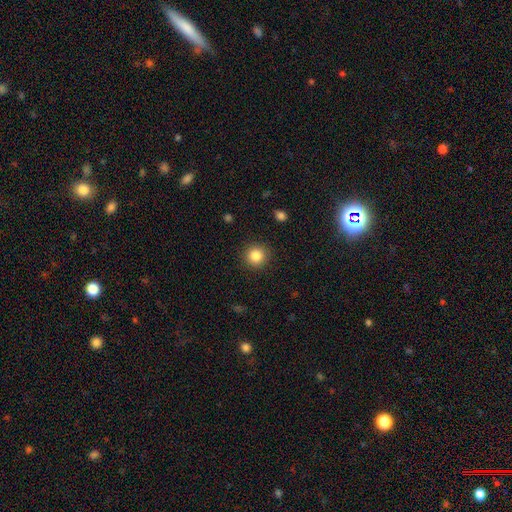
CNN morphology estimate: Smooth or featured: smooth — 85% (star or artifact — 10%)
How rounded: round — 94% (in between — 5%)
Merging: none — 91% (minor disturbance — 6%)